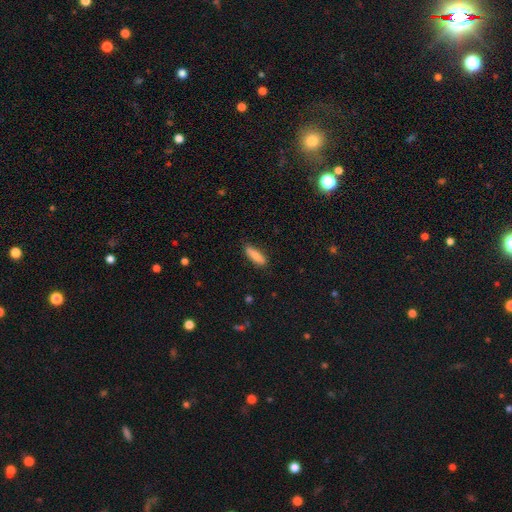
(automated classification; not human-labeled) Smooth or featured? Predicted: smooth (p=0.84). How rounded? Predicted: cigar-shaped (p=0.58). Merging? Predicted: none (p=0.84).